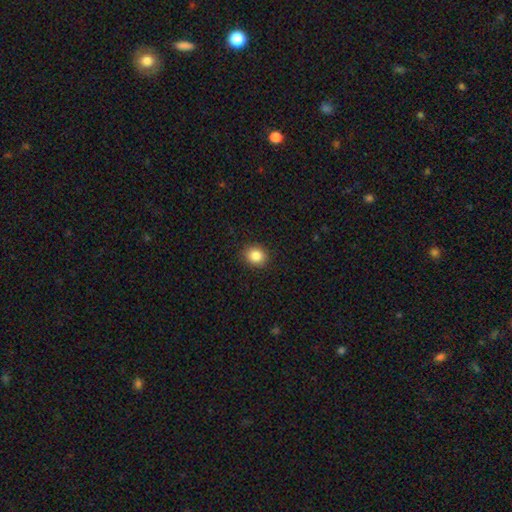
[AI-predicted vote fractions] Overall: smooth (85%). How rounded: round (76%). Merging: none (90%).